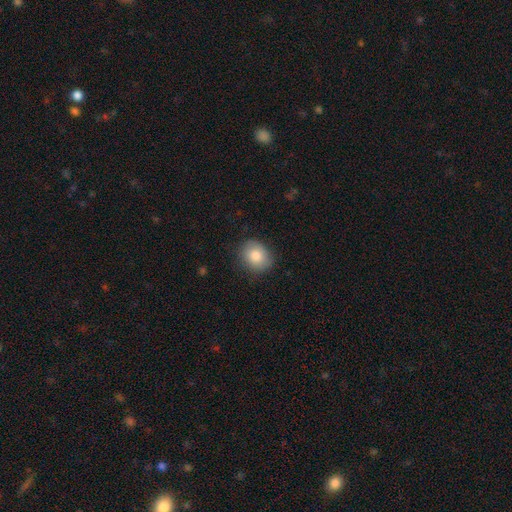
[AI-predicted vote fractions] The model was most divided on "how rounded": round: 64%, in between: 35%, cigar-shaped: 1%. More confident: merging — none (82%); smooth or featured — smooth (82%).